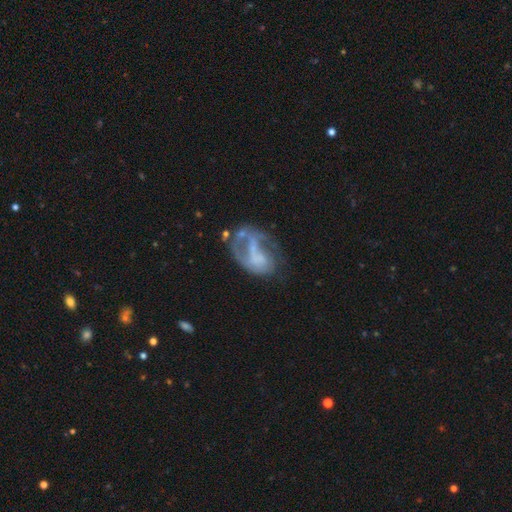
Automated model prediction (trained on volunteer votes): featured or disk 66%, smooth 24%, star or artifact 10%. Down the decision tree: edge-on disk — no (97%); bar — no (56%); spiral arms — yes (50%, tied with no); bulge size — none (58%); merging — major disturbance (36%).